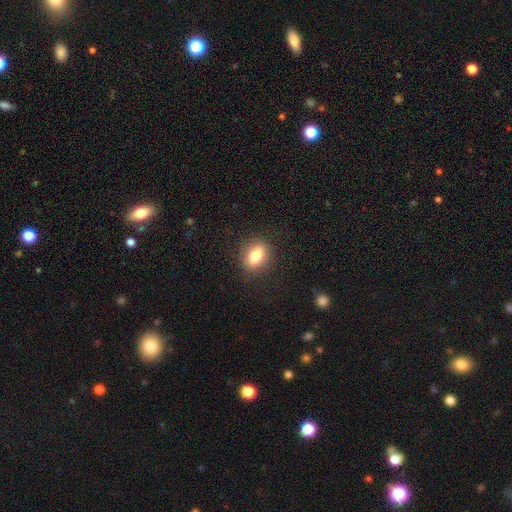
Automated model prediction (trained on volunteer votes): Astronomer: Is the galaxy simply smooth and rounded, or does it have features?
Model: smooth — 79%.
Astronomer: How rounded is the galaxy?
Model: in between — 66%.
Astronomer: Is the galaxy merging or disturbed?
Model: none — 88%.